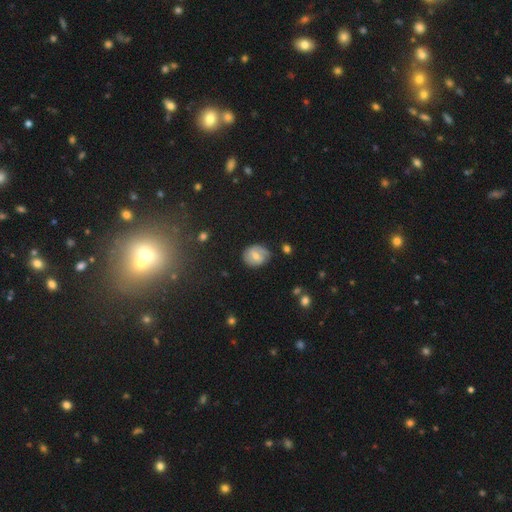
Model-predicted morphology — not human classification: This is possibly a smooth galaxy (54%). How rounded: likely round (62%). Merging: likely none (67%).